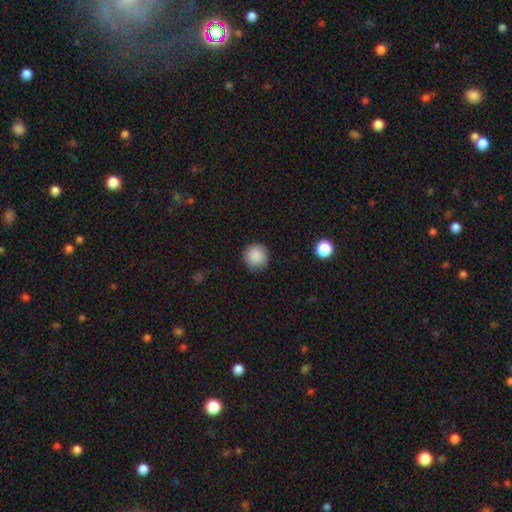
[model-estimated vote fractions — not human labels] Smooth or featured? smooth (88%)
How rounded? round (95%)
Merging? none (89%)